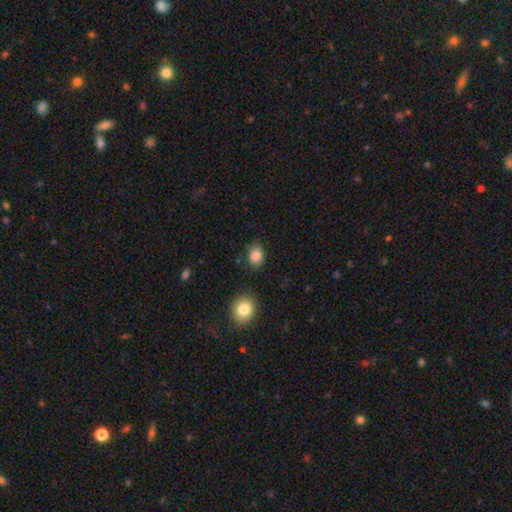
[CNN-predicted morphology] A smooth galaxy with no disk features (86%) that is in between round and cigar-shaped (63%).

Vote fractions:
- Smooth or featured? smooth: 86% / star or artifact: 9% / featured or disk: 5%
- How rounded? in between: 63% / round: 36% / cigar-shaped: 1%
- Merging? none: 81% / minor disturbance: 13% / merger: 3% / major disturbance: 3%